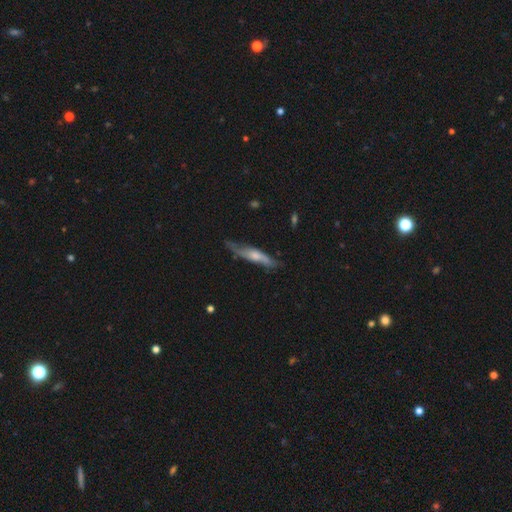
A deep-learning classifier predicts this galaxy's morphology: This appears to be a featured or disk galaxy (56%) viewed edge-on (66%). Merging: none (58%).